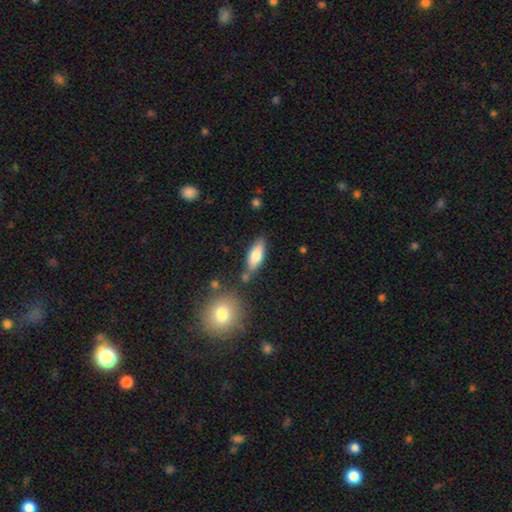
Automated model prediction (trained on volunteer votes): A smooth galaxy with no disk features (73%) that is in between round and cigar-shaped (65%).

Vote fractions:
- Smooth or featured? smooth: 73% / featured or disk: 20% / star or artifact: 6%
- How rounded? in between: 65% / cigar-shaped: 32% / round: 2%
- Merging? none: 72% / minor disturbance: 16% / merger: 8% / major disturbance: 4%